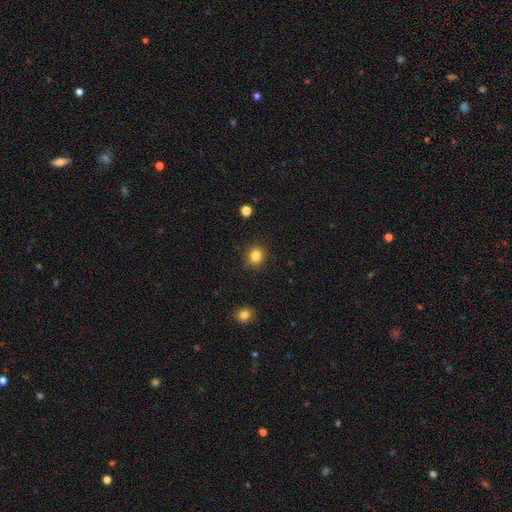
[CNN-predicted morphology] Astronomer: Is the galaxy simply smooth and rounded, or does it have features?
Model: smooth — 84%.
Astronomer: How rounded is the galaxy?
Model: round — 77%.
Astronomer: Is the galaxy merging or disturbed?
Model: none — 89%.